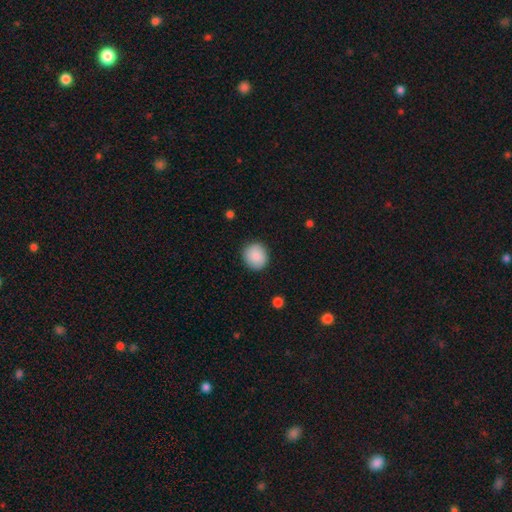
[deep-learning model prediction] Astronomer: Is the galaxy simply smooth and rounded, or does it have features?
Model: smooth — 87%.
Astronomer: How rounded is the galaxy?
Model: round — 85%.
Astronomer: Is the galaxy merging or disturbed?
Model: none — 89%.